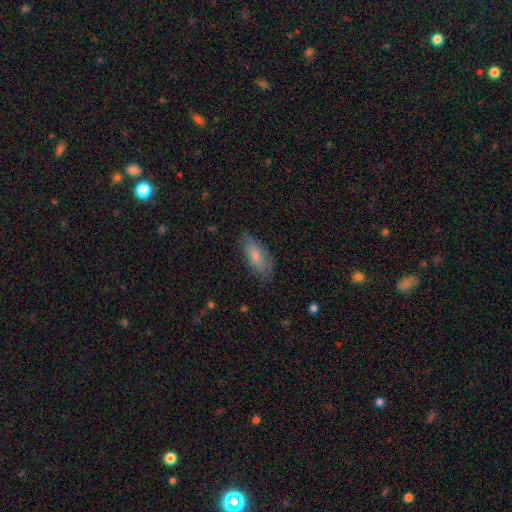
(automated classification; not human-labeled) Morphology: type=smooth (73%); roundness=in between (76%); merging=none (74%).